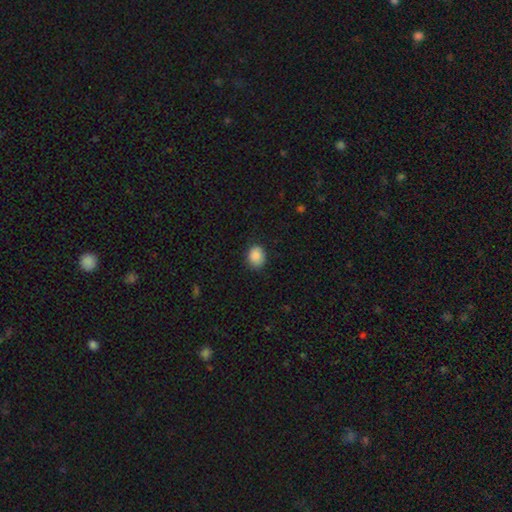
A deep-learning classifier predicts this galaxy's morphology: Overall: smooth (88%). How rounded: round (50%; in between 49%). Merging: none (83%).